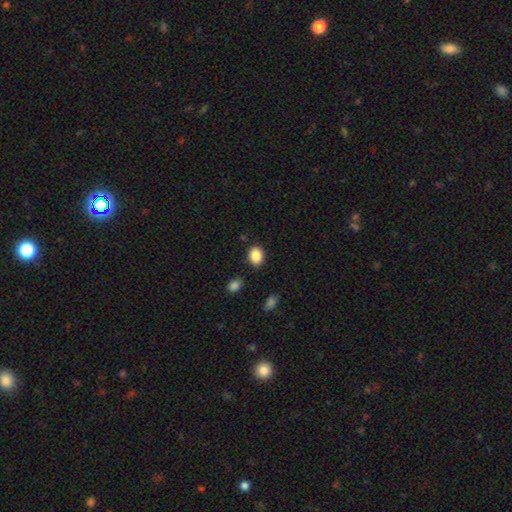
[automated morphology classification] This is clearly a smooth galaxy (88%). How rounded: possibly in between (52%). Merging: clearly none (84%).